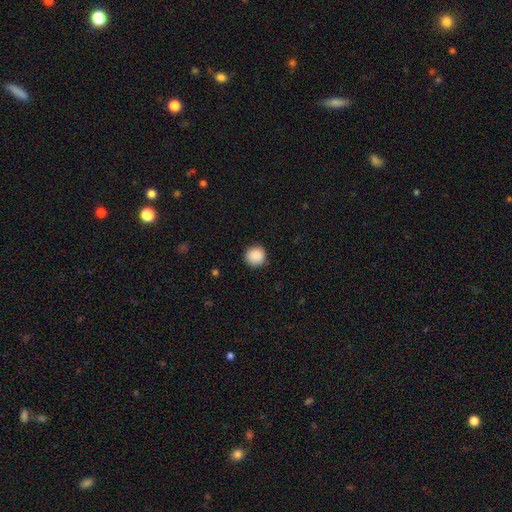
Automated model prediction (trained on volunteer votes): Morphology: type=smooth (89%); roundness=round (93%); merging=none (89%).